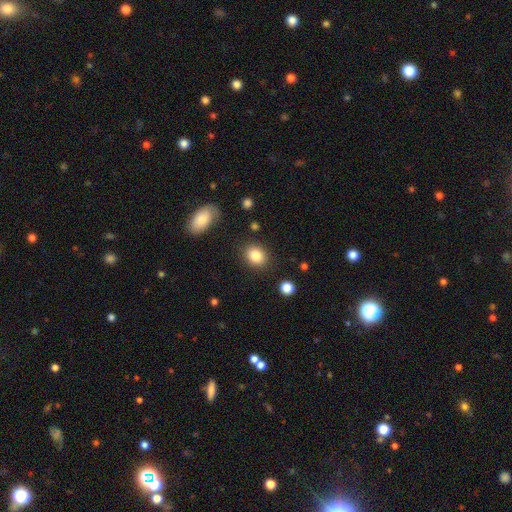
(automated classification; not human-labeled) This appears to be a smooth galaxy with no disk features (85%) that is in between round and cigar-shaped (50%). Merging: none (85%).